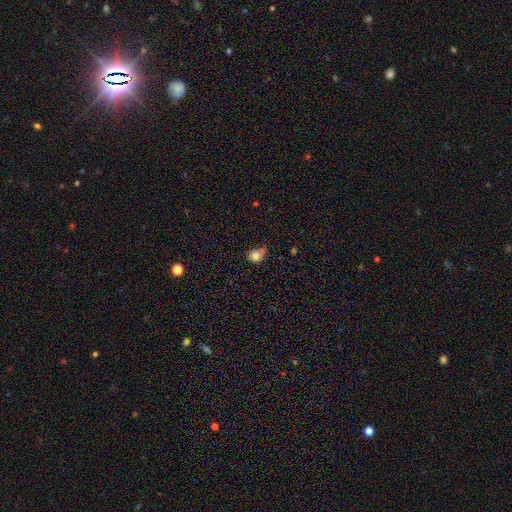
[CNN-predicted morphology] Overall: smooth (80%). How rounded: round (73%). Merging: none (46%; minor disturbance 32%).